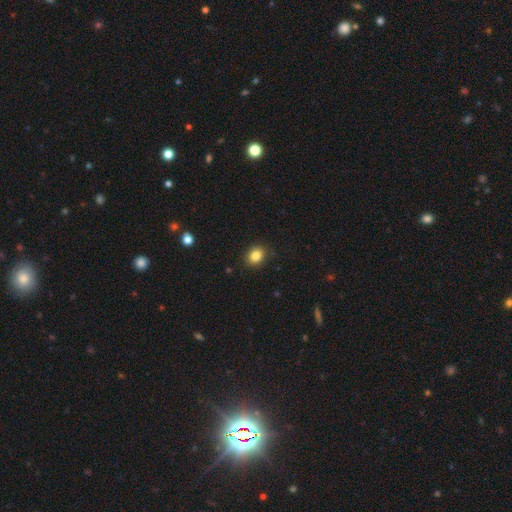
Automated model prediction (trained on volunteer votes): A smooth galaxy with no disk features (85%) that is round (66%). Merging: none (88%).